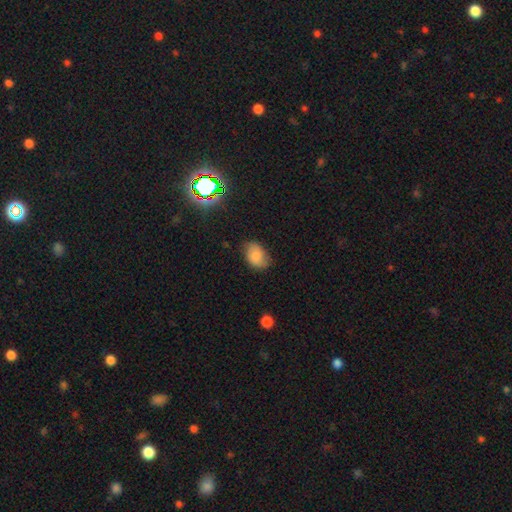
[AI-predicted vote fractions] smooth-or-featured: smooth: 79% | featured or disk: 12% | star or artifact: 10%
  how-rounded: in between: 81% | round: 18% | cigar-shaped: 1%
  merging: none: 70% | minor disturbance: 24% | major disturbance: 5% | merger: 1%